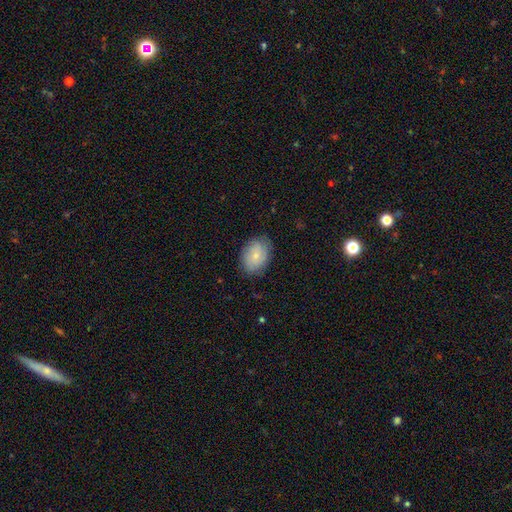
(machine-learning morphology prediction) smooth_or_featured: smooth (p=0.66) [alt: featured or disk p=0.26]
how_rounded: in between (p=0.75) [alt: round p=0.24]
merging: none (p=0.78) [alt: minor disturbance p=0.17]